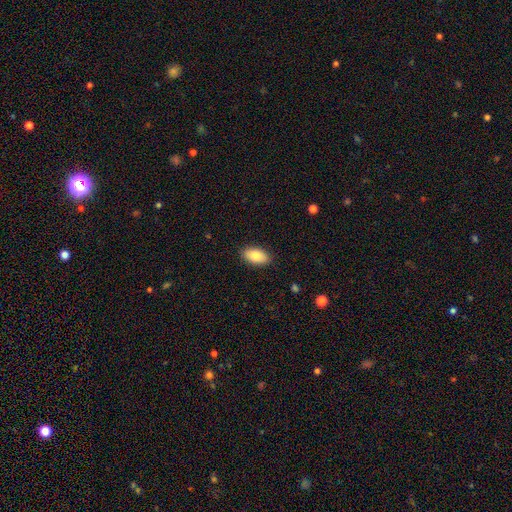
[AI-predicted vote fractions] Smooth or featured? smooth (84%)
How rounded? in between (94%)
Merging? none (89%)